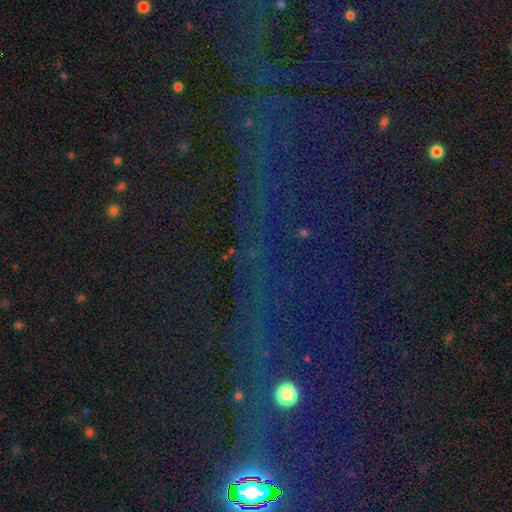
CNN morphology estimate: Overall: star or artifact (81%).